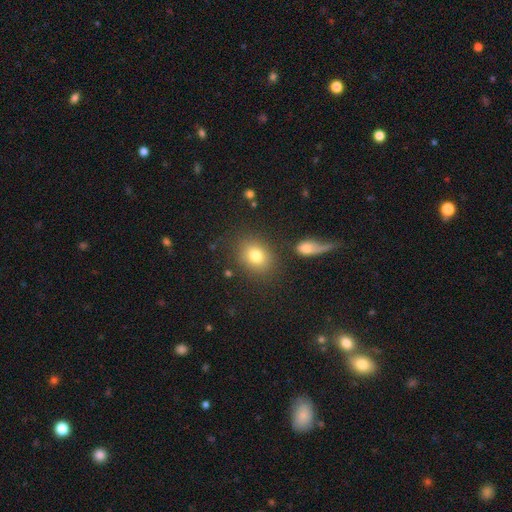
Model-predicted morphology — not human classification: Smooth or featured? smooth (78%)
How rounded? in between (50%)
Merging? none (78%)